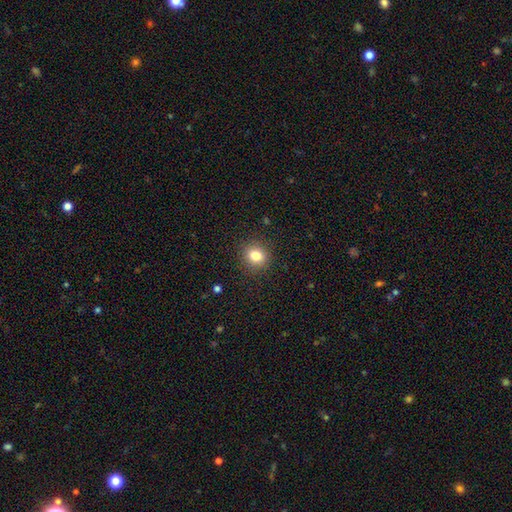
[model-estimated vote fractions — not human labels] Overall: smooth (82%). How rounded: round (80%). Merging: none (89%).